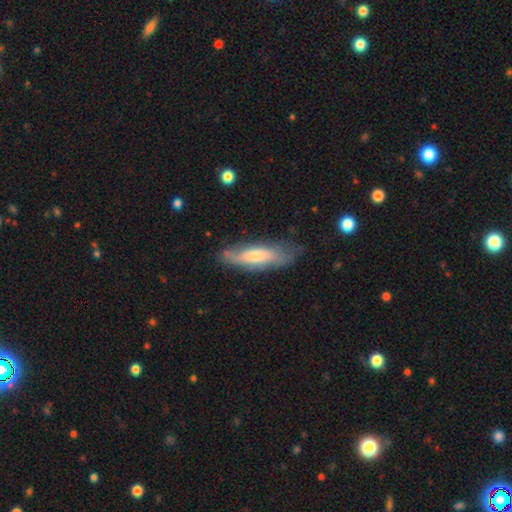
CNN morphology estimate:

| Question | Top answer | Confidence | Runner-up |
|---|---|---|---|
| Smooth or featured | smooth | 52% | featured or disk (42%) |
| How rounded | cigar-shaped | 56% | in between (42%) |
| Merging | none | 65% | minor disturbance (25%) |